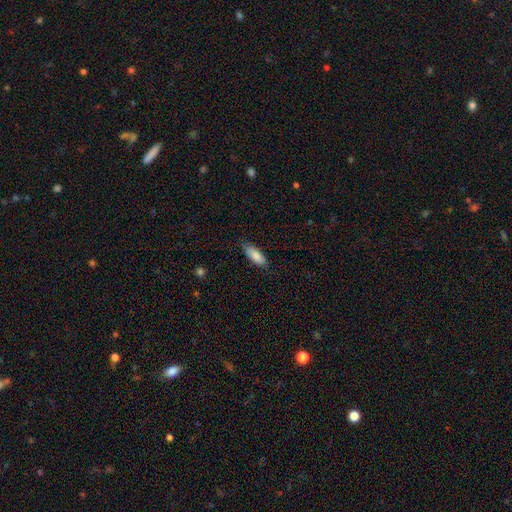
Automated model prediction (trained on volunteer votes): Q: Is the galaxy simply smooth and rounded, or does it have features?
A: smooth — 86%.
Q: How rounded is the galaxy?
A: in between — 73%.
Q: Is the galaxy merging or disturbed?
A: none — 79%.